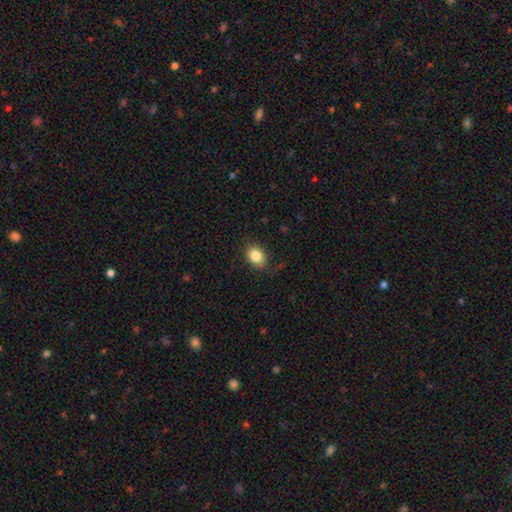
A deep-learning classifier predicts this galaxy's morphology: smooth-or-featured: smooth: 84% | star or artifact: 9% | featured or disk: 7%
  how-rounded: in between: 68% | round: 31% | cigar-shaped: 1%
  merging: none: 82% | minor disturbance: 14% | major disturbance: 3% | merger: 1%